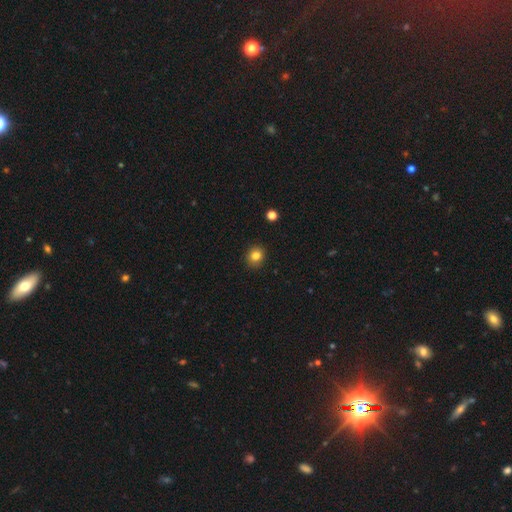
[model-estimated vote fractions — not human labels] Q: Smooth or featured?
A: smooth (82%); runner-up: star or artifact (12%)
Q: How rounded?
A: round (82%); runner-up: in between (17%)
Q: Merging?
A: none (90%); runner-up: minor disturbance (7%)